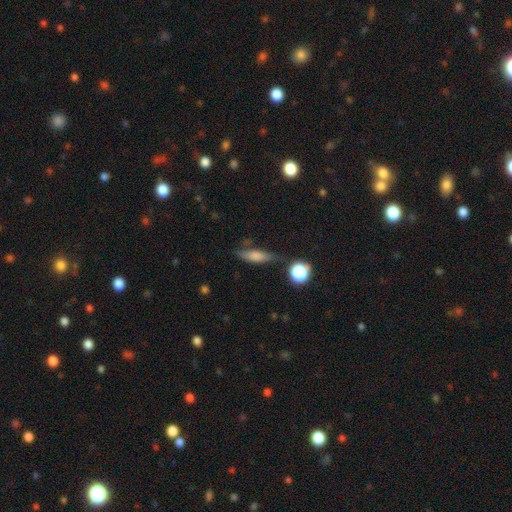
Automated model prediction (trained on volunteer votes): Smooth or featured? Predicted: smooth (p=0.70). How rounded? Predicted: cigar-shaped (p=0.53). Merging? Predicted: none (p=0.68).